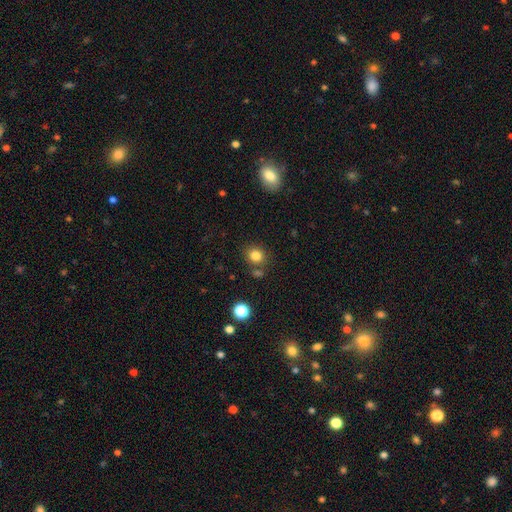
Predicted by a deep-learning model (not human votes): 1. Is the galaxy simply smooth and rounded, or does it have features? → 82% smooth, 12% star or artifact, 6% featured or disk.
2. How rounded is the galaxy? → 79% round, 20% in between, 1% cigar-shaped.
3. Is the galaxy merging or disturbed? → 78% none, 10% minor disturbance, 9% merger, 3% major disturbance.